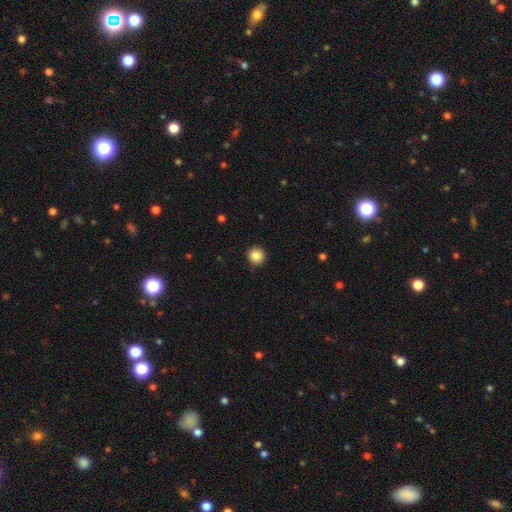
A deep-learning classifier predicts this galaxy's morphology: This is clearly a smooth galaxy (86%). How rounded: clearly round (95%). Merging: clearly none (92%).